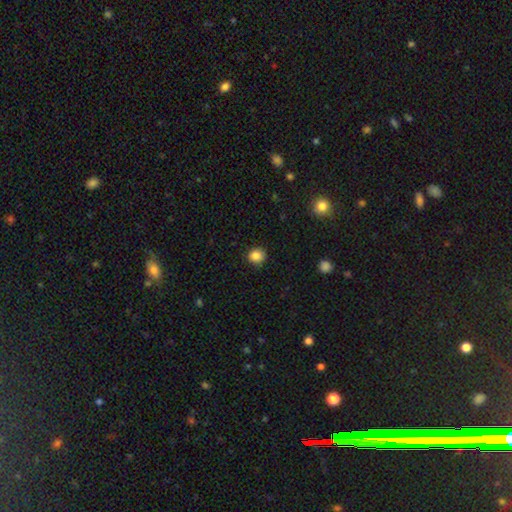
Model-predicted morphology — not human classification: Smooth or featured: smooth — 85% (star or artifact — 11%)
How rounded: round — 83% (in between — 16%)
Merging: none — 86% (minor disturbance — 11%)